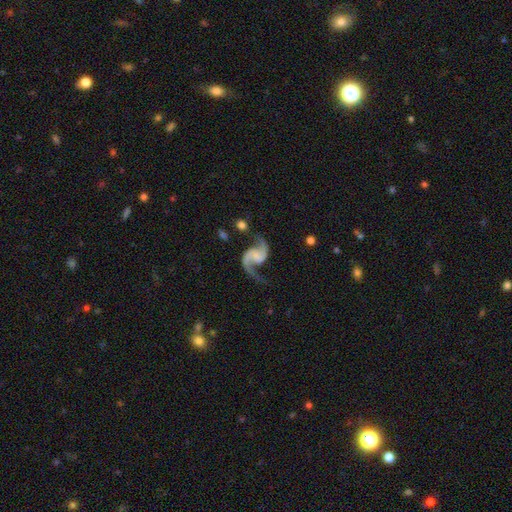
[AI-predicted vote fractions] A featured or disk galaxy (92%) with no bar (55%), 2 (93%) loose (66%) spiral arms (98%) and no central bulge (51%). Merging: none (69%).